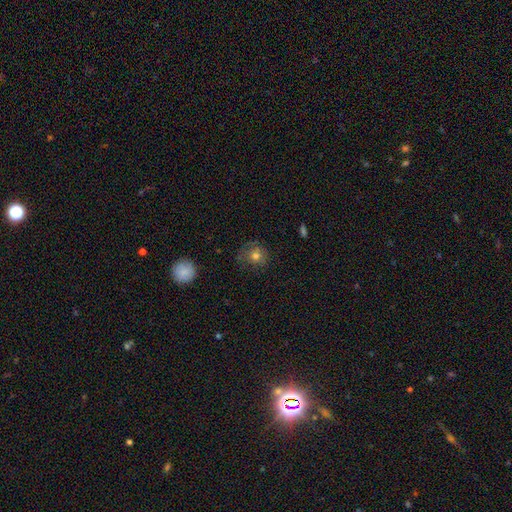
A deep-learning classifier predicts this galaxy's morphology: A smooth galaxy with no disk features (74%) that is round (84%). Merging: none (68%).